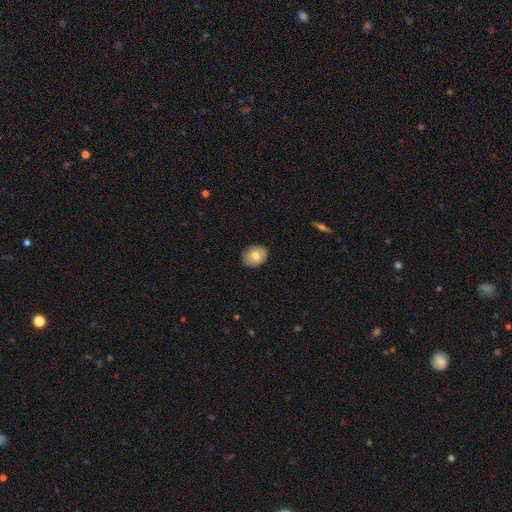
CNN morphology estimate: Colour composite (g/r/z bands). It shows a smooth galaxy with no disk features (73%) that is round (51%). Merging: none (87%).